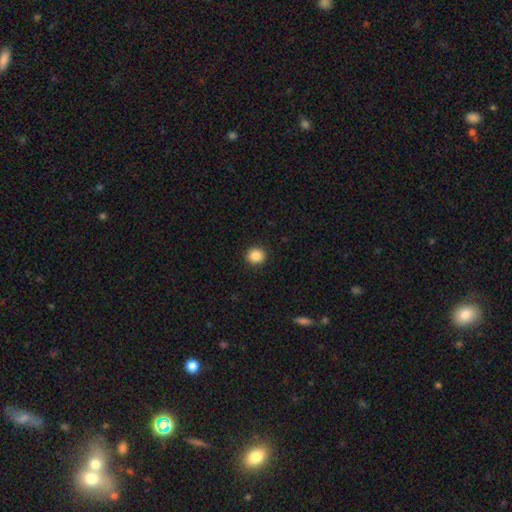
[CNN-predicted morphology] This is clearly a smooth galaxy (87%). How rounded: clearly round (88%). Merging: clearly none (92%).